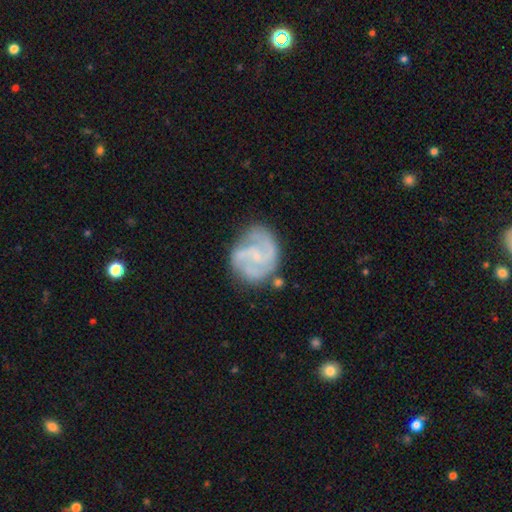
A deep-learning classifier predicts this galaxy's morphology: The model was most divided on "spiral arm count": 2: 40%, 3: 33%, can't tell: 14%, 4: 5%, 1: 4%, more than 4: 4%. Remaining: edge-on disk — no (98%); spiral arms — yes (95%); smooth or featured — featured or disk (82%); merging — none (66%); bulge size — small (64%); bar — no (55%); spiral winding — medium (48%).